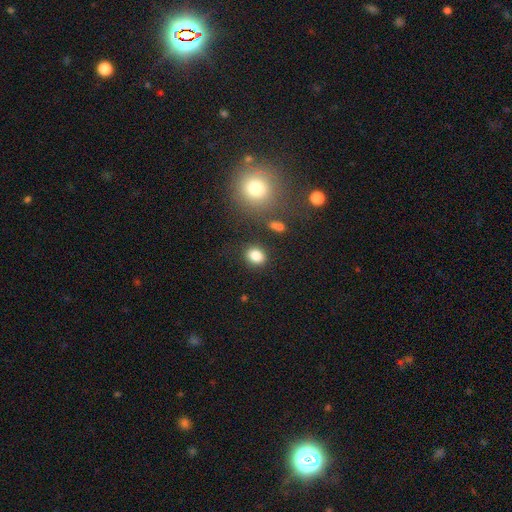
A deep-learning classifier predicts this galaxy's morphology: Smooth or featured?
  - smooth: 84% *
  - star or artifact: 11%
  - featured or disk: 6%
How rounded?
  - round: 53% *
  - in between: 46%
  - cigar-shaped: 1%
Merging?
  - none: 82% *
  - minor disturbance: 10%
  - merger: 4%
  - major disturbance: 4%